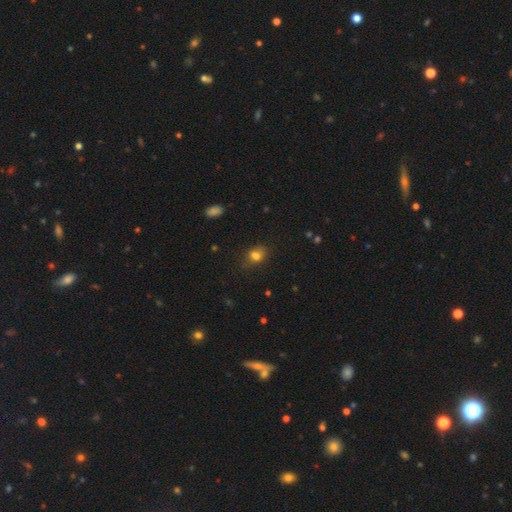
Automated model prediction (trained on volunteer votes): smooth_or_featured: smooth (p=0.76) [alt: star or artifact p=0.14]
how_rounded: in between (p=0.65) [alt: round p=0.32]
merging: none (p=0.66) [alt: minor disturbance p=0.22]